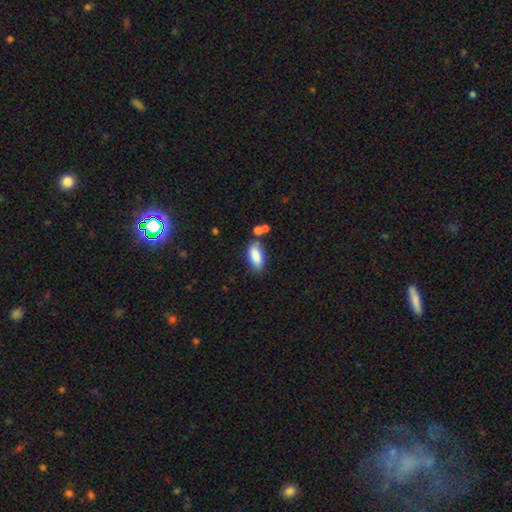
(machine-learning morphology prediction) A smooth galaxy with no disk features (86%) that is in between round and cigar-shaped (83%).

Vote fractions:
- Smooth or featured? smooth: 86% / featured or disk: 7% / star or artifact: 7%
- How rounded? in between: 83% / cigar-shaped: 15% / round: 2%
- Merging? none: 68% / minor disturbance: 18% / merger: 10% / major disturbance: 4%